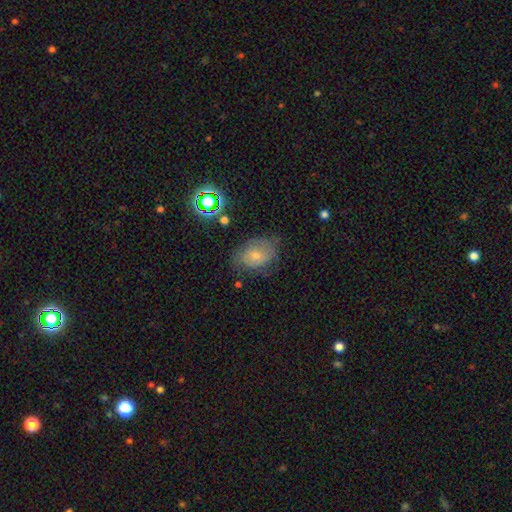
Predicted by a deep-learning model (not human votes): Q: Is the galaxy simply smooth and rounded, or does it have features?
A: smooth — 53%.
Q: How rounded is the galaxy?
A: in between — 74%.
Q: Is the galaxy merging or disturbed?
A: none — 61%.